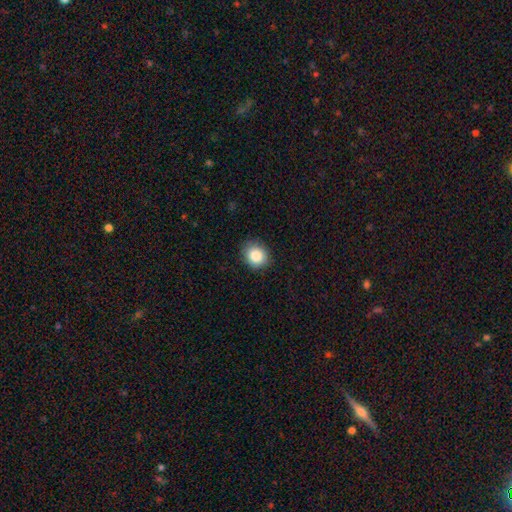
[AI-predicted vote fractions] Q: Smooth or featured?
A: smooth (86%); runner-up: star or artifact (9%)
Q: How rounded?
A: round (74%); runner-up: in between (25%)
Q: Merging?
A: none (87%); runner-up: minor disturbance (10%)